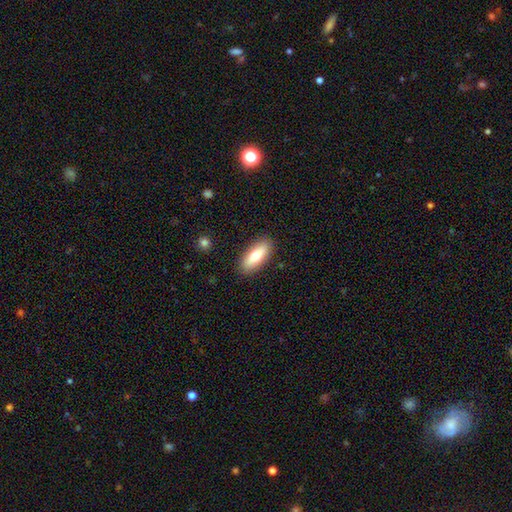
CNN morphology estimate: smooth-or-featured: smooth: 73% | featured or disk: 21% | star or artifact: 6%
  how-rounded: in between: 75% | cigar-shaped: 22% | round: 2%
  merging: none: 88% | minor disturbance: 9% | major disturbance: 2% | merger: 1%